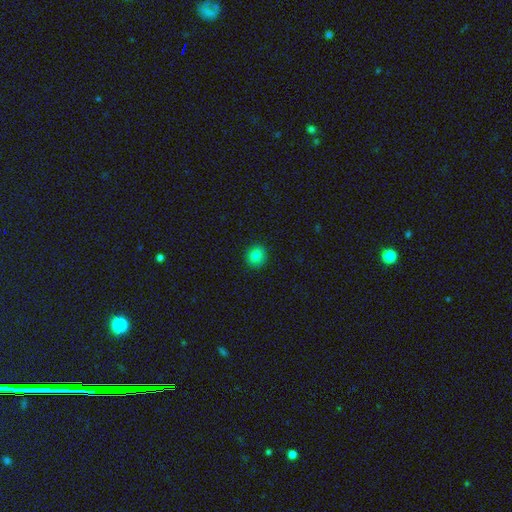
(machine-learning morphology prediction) Smooth or featured? smooth (83%)
How rounded? round (82%)
Merging? none (90%)